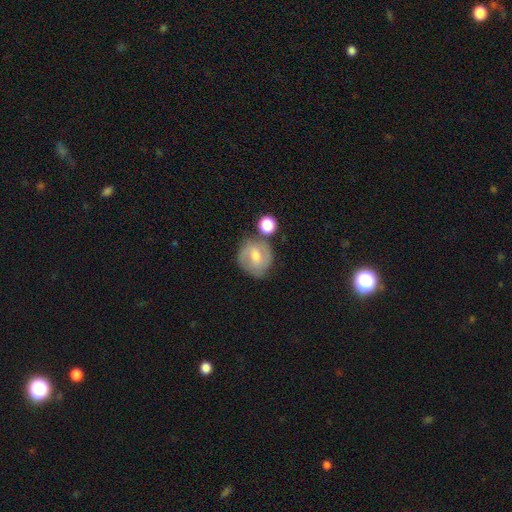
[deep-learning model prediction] This is possibly a featured or disk galaxy (49%). Merging: likely none (64%).